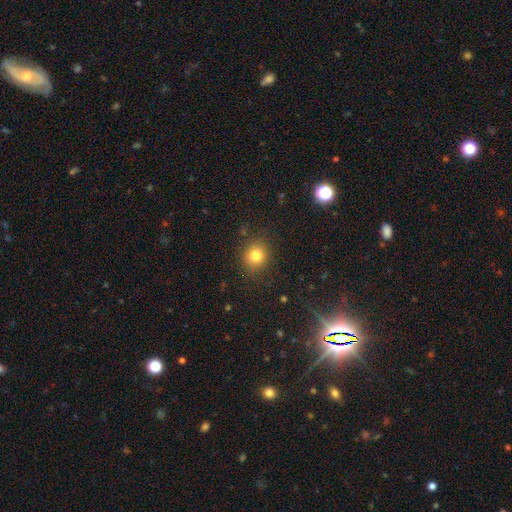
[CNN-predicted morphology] smooth_or_featured: smooth (p=0.81) [alt: star or artifact p=0.12]
how_rounded: round (p=0.83) [alt: in between p=0.16]
merging: none (p=0.87) [alt: minor disturbance p=0.09]